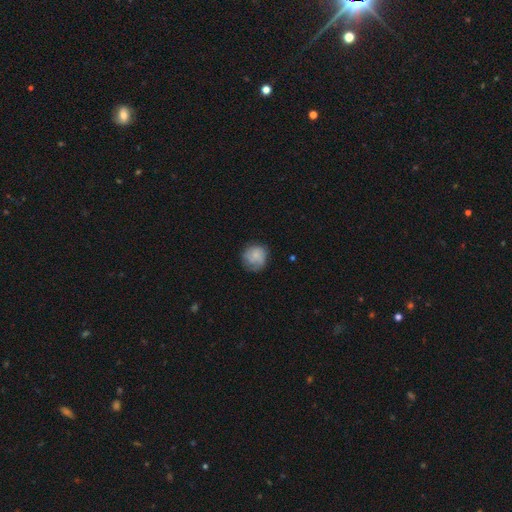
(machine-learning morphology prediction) The model was most divided on "merging": none: 67%, minor disturbance: 24%, major disturbance: 8%, merger: 1%. More confident: how rounded — round (86%); smooth or featured — smooth (72%).